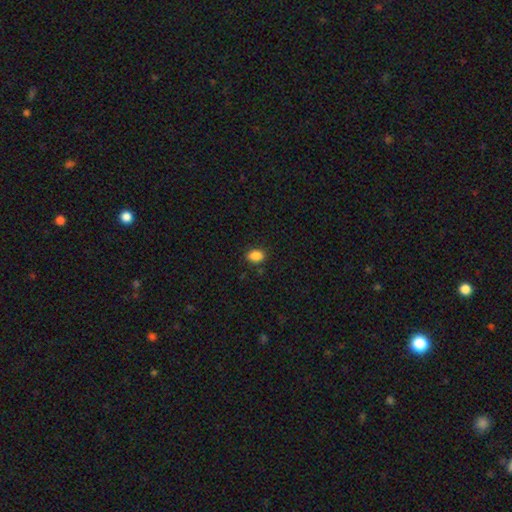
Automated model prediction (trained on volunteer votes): This appears to be a smooth galaxy with no disk features (87%) that is in between round and cigar-shaped (80%). Merging: none (87%).